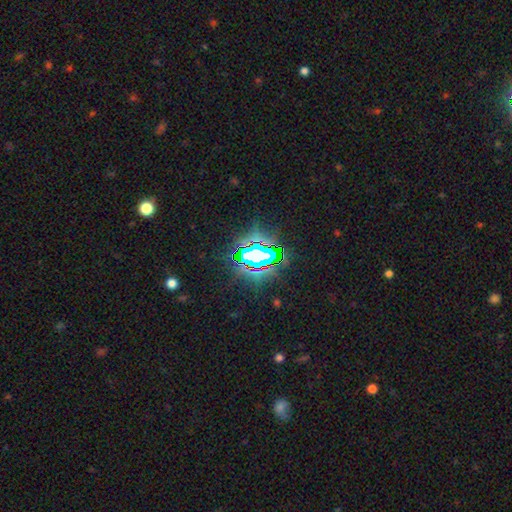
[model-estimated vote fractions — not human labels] smooth_or_featured: star or artifact (p=0.75) [alt: smooth p=0.13]